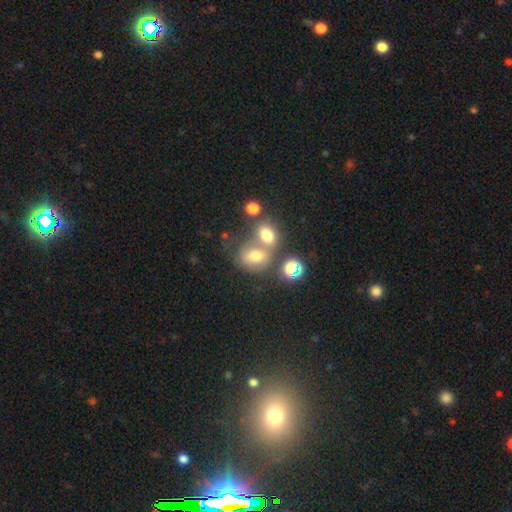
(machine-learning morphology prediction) This is likely a smooth galaxy (65%). How rounded: possibly in between (54%). Merging: possibly merger (48%).